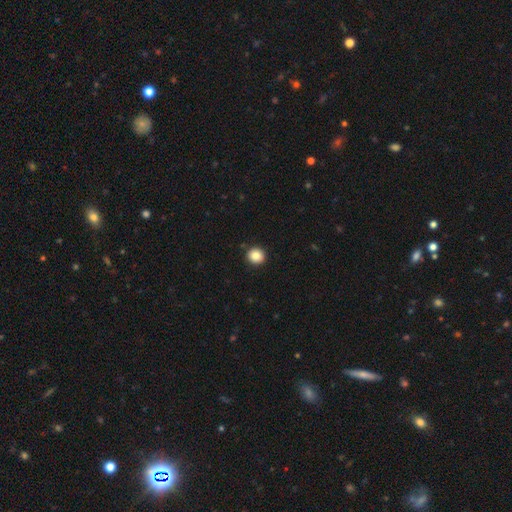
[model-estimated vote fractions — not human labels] Smooth or featured: smooth — 87% (star or artifact — 10%)
How rounded: round — 91% (in between — 8%)
Merging: none — 91% (minor disturbance — 6%)